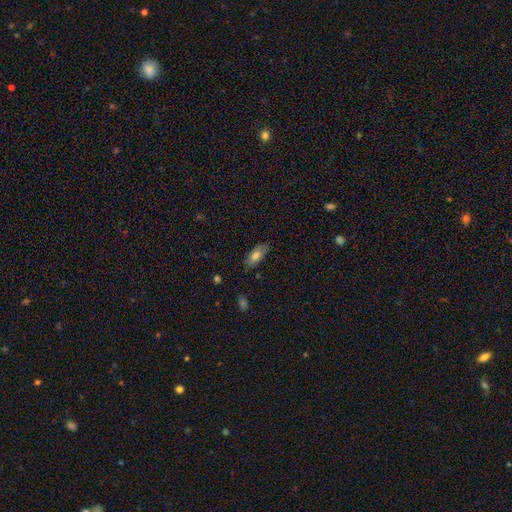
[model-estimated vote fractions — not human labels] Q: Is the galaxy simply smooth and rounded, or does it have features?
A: smooth — 75%.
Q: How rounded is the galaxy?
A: in between — 82%.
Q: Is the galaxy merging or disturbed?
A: none — 79%.